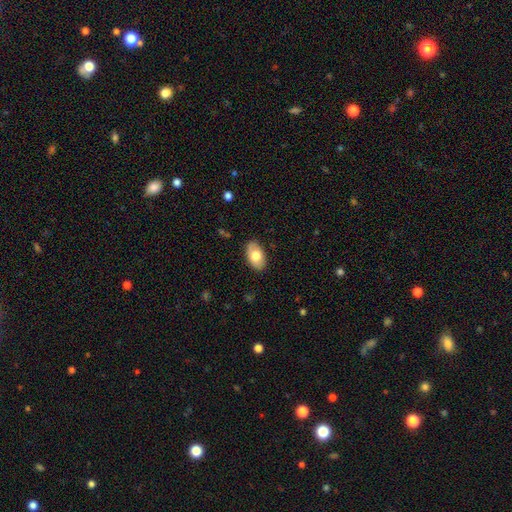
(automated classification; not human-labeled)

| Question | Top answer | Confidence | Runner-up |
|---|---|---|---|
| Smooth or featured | smooth | 74% | featured or disk (20%) |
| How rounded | in between | 93% | round (6%) |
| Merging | none | 87% | minor disturbance (10%) |